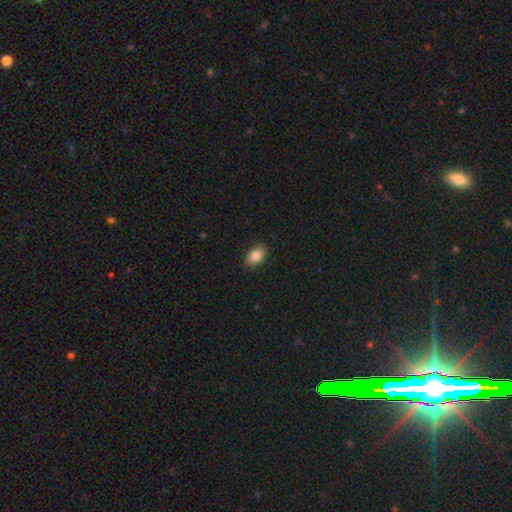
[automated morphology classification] smooth-or-featured: smooth: 86% | star or artifact: 8% | featured or disk: 6%
  how-rounded: in between: 89% | round: 9% | cigar-shaped: 2%
  merging: none: 86% | minor disturbance: 11% | major disturbance: 2% | merger: 1%